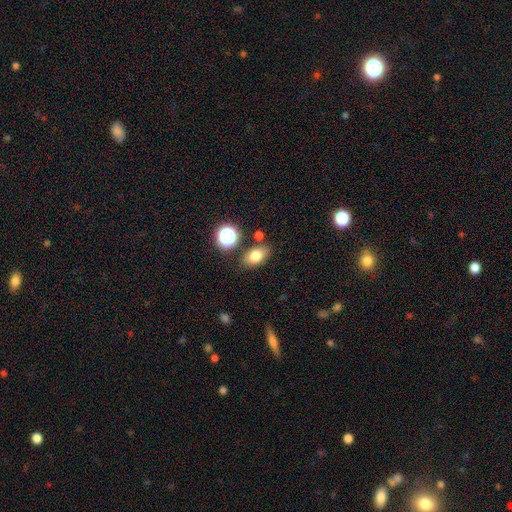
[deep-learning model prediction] smooth-or-featured: smooth: 77% | star or artifact: 12% | featured or disk: 11%
  how-rounded: in between: 82% | round: 16% | cigar-shaped: 2%
  merging: none: 77% | minor disturbance: 13% | merger: 7% | major disturbance: 3%